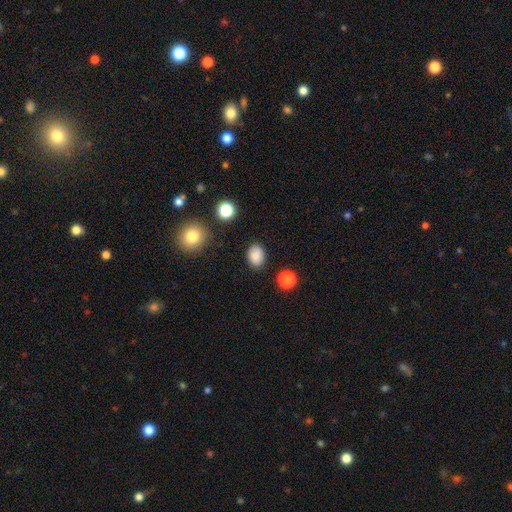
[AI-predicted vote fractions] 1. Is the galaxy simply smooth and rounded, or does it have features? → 85% smooth, 10% star or artifact, 5% featured or disk.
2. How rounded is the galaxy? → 69% in between, 30% round, 1% cigar-shaped.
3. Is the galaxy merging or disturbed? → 86% none, 9% minor disturbance, 3% major disturbance, 2% merger.